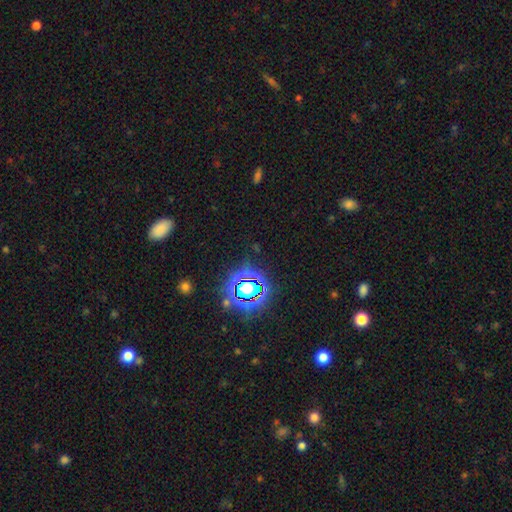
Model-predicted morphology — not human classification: This is likely a star or artifact rather than a galaxy (78%).